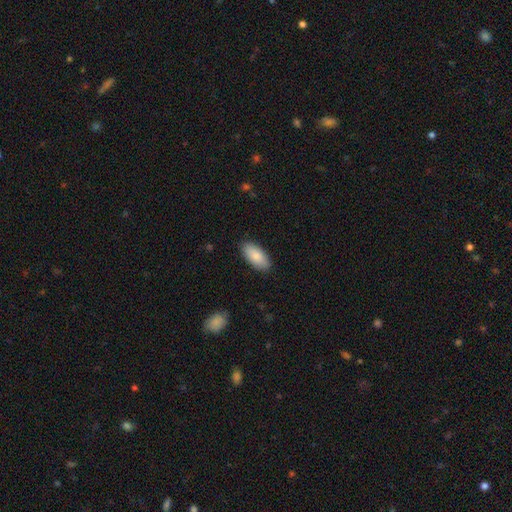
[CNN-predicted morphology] Smooth or featured? Predicted: smooth (p=0.86). How rounded? Predicted: in between (p=0.90). Merging? Predicted: none (p=0.88).